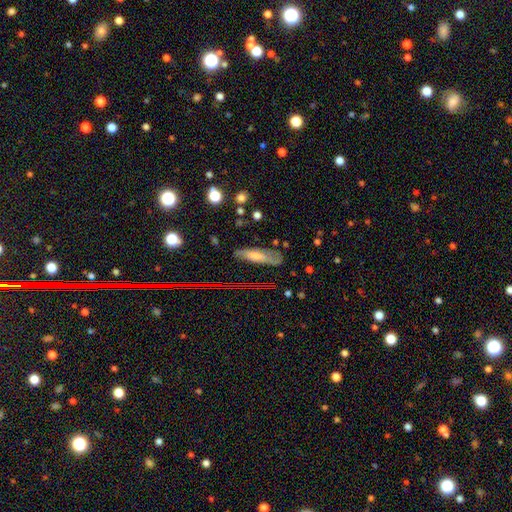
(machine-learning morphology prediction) This appears to be a featured or disk galaxy (48%). Merging: none (72%).